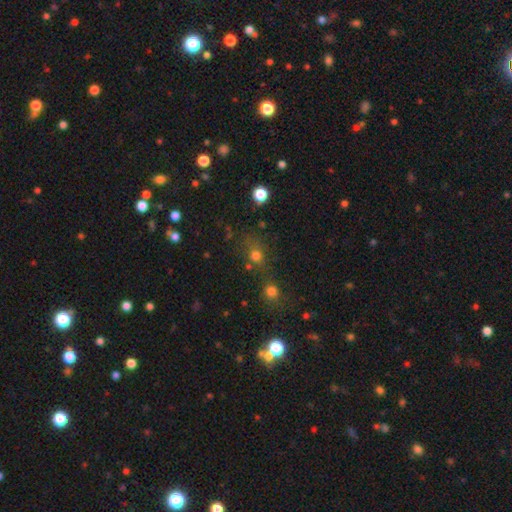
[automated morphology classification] A smooth galaxy with no disk features (69%) that is round (79%).

Vote fractions:
- Smooth or featured? smooth: 69% / star or artifact: 23% / featured or disk: 9%
- How rounded? round: 79% / in between: 19% / cigar-shaped: 2%
- Merging? none: 58% / merger: 22% / minor disturbance: 12% / major disturbance: 8%